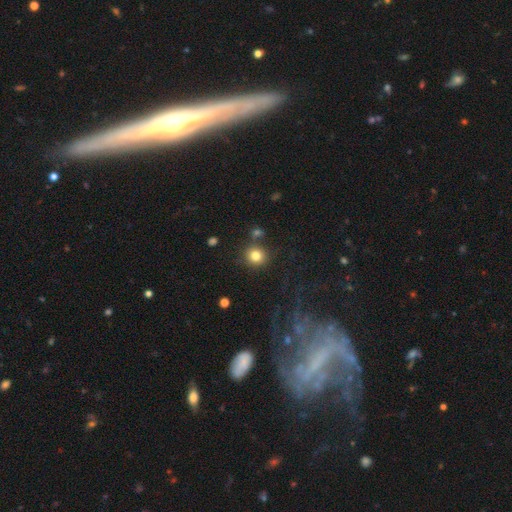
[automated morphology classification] Q: Smooth or featured?
A: smooth (81%); runner-up: star or artifact (12%)
Q: How rounded?
A: round (88%); runner-up: in between (11%)
Q: Merging?
A: none (77%); runner-up: minor disturbance (10%)